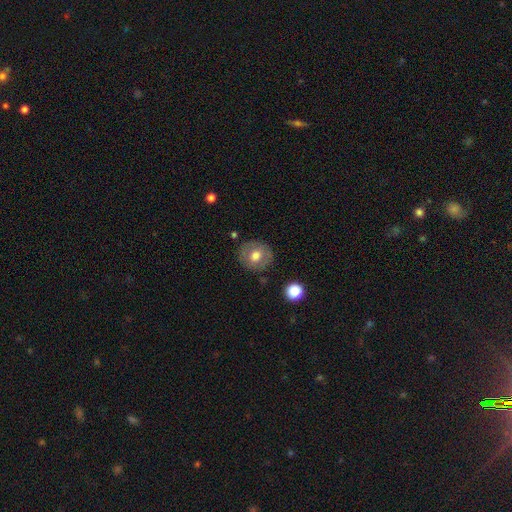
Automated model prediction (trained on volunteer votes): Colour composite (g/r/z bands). It shows a smooth galaxy with no disk features (63%) that is round (82%). Merging: none (82%).